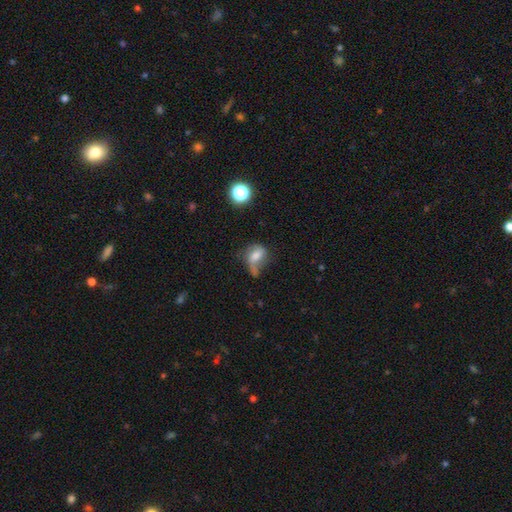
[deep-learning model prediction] smooth_or_featured: smooth (p=0.52) [alt: featured or disk p=0.35]
how_rounded: in between (p=0.68) [alt: round p=0.29]
merging: none (p=0.31) [alt: major disturbance p=0.29]